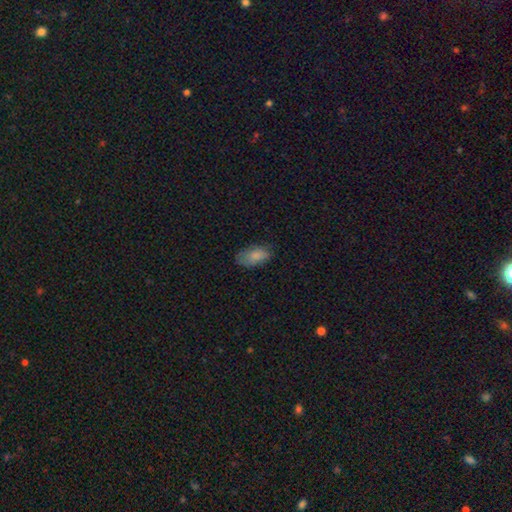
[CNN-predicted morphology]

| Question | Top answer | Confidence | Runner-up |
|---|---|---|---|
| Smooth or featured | smooth | 82% | featured or disk (10%) |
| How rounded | in between | 92% | round (4%) |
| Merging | none | 67% | minor disturbance (25%) |